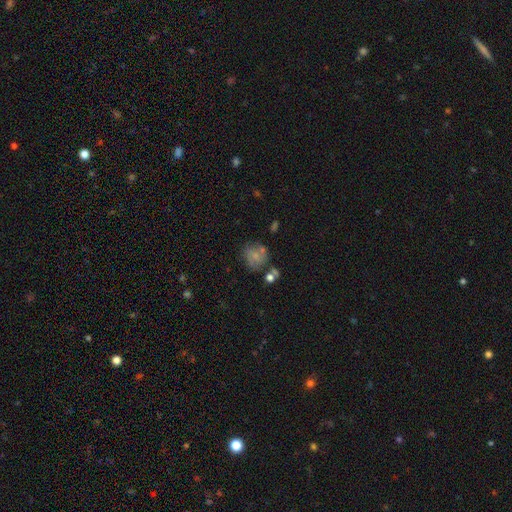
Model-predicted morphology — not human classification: Smooth or featured? Predicted: smooth (p=0.64). How rounded? Predicted: round (p=0.71). Merging? Predicted: none (p=0.49).